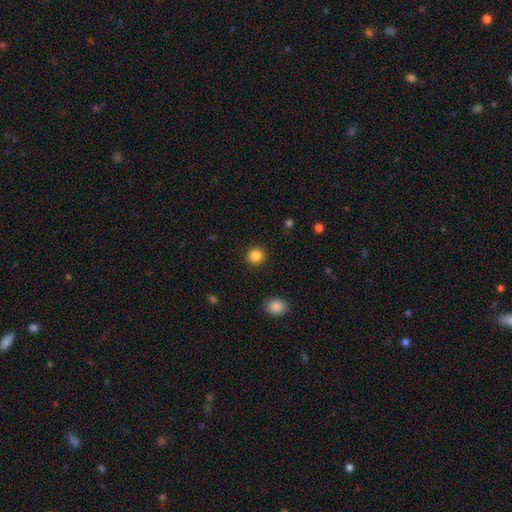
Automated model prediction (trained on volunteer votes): Smooth or featured? smooth (86%)
How rounded? round (92%)
Merging? none (92%)